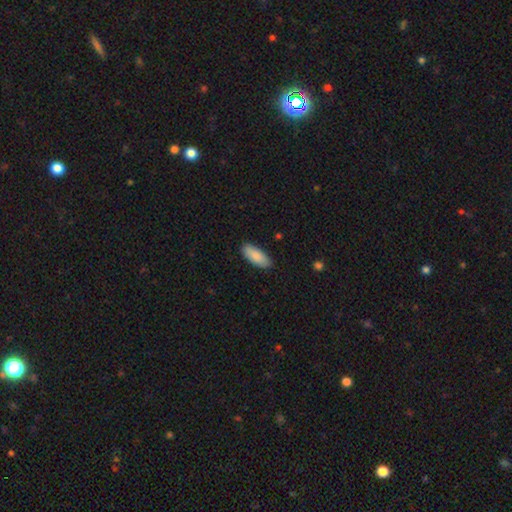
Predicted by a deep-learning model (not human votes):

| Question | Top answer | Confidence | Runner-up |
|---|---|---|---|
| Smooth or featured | smooth | 88% | featured or disk (6%) |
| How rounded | in between | 81% | cigar-shaped (17%) |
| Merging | none | 86% | minor disturbance (11%) |